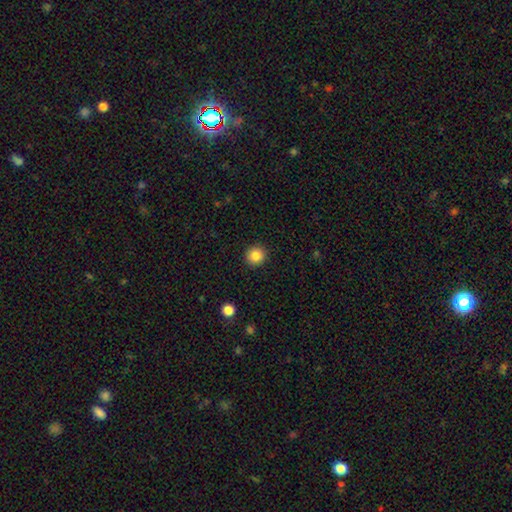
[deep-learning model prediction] Q: Smooth or featured?
A: smooth (85%); runner-up: star or artifact (10%)
Q: How rounded?
A: round (93%); runner-up: in between (6%)
Q: Merging?
A: none (92%); runner-up: minor disturbance (5%)